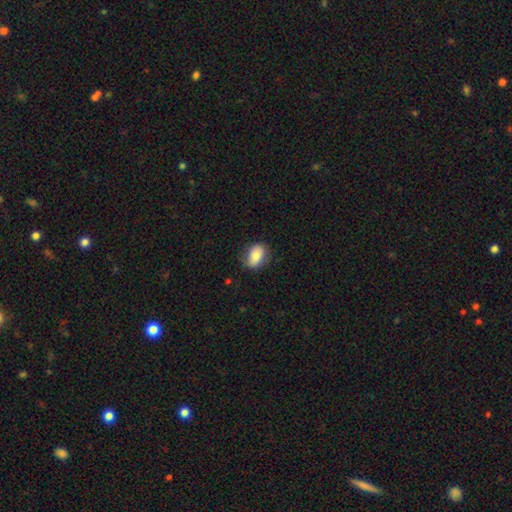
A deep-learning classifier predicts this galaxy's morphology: A smooth galaxy with no disk features (78%) that is in between round and cigar-shaped (80%).

Vote fractions:
- Smooth or featured? smooth: 78% / featured or disk: 15% / star or artifact: 8%
- How rounded? in between: 80% / round: 18% / cigar-shaped: 1%
- Merging? none: 76% / minor disturbance: 18% / major disturbance: 4% / merger: 1%